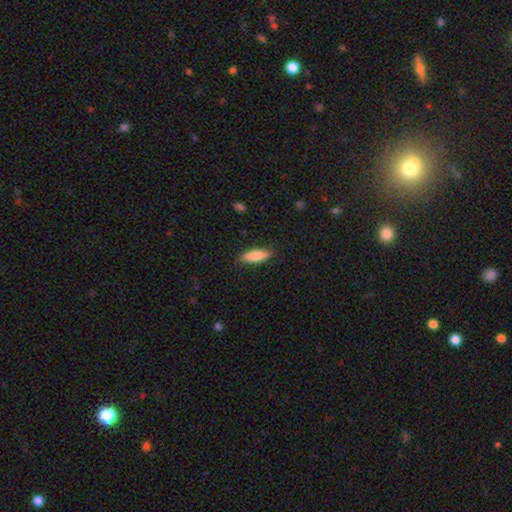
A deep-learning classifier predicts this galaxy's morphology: This is clearly a smooth galaxy (83%). How rounded: possibly in between (54%). Merging: clearly none (85%).